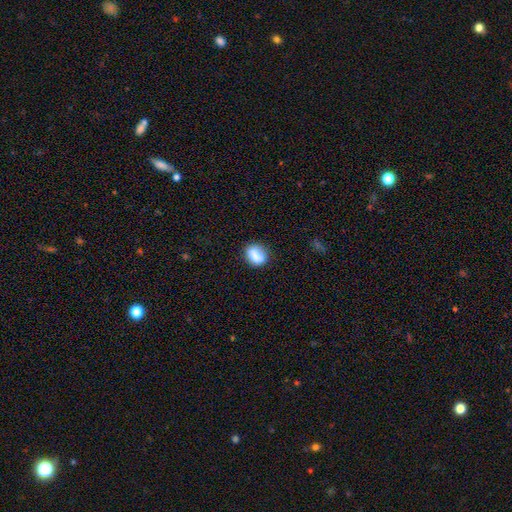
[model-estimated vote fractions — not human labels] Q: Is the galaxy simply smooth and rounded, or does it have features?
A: smooth — 81%.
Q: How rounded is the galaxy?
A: in between — 56%.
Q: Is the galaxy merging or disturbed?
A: none — 73%.